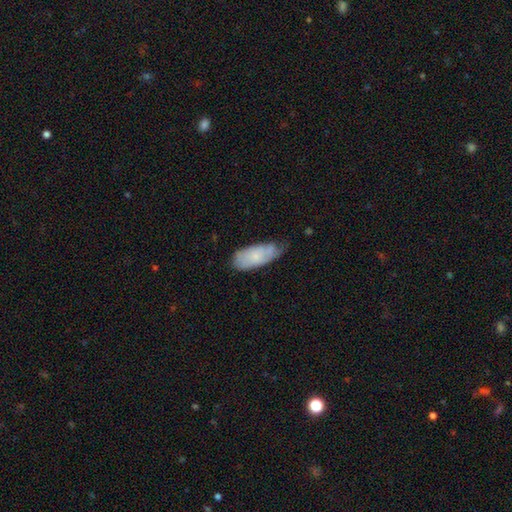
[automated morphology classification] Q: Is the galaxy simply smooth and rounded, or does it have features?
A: smooth — 68%.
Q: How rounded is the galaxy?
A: in between — 86%.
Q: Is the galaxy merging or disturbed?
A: none — 44%.